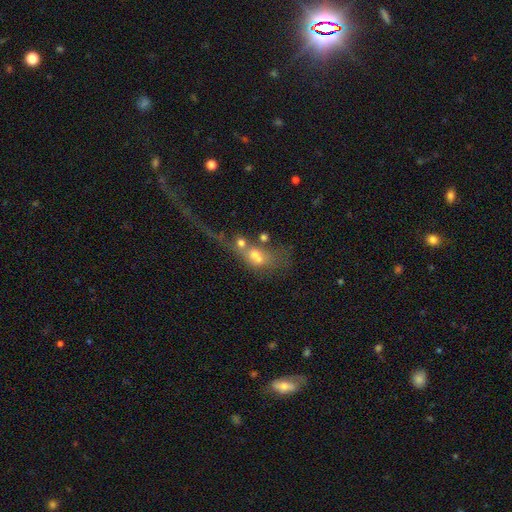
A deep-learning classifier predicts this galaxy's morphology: Smooth or featured? Predicted: smooth (p=0.44). Merging? Predicted: merger (p=0.56).